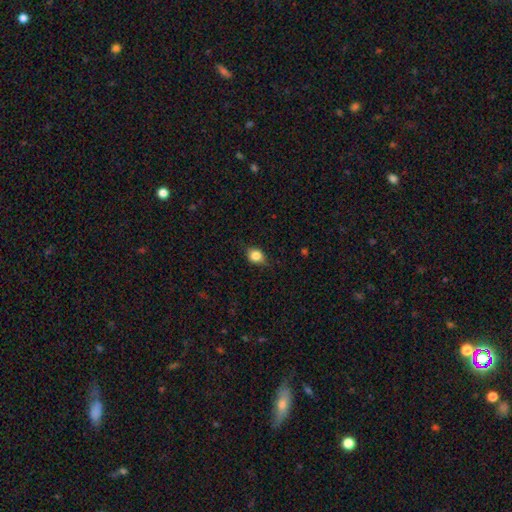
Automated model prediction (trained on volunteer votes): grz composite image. It shows a smooth galaxy with no disk features (79%) that is in between round and cigar-shaped (49%). Merging: none (75%).